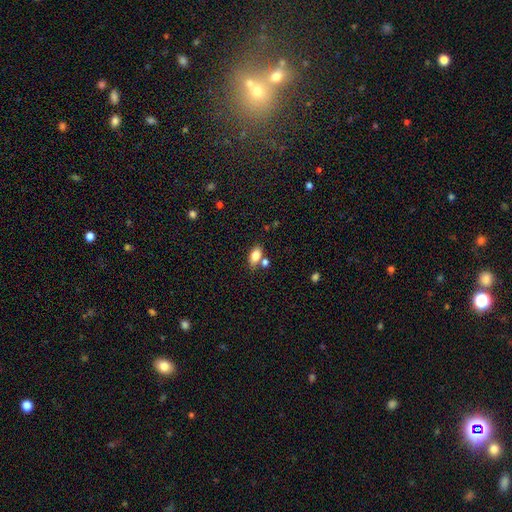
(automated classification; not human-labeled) Q: Smooth or featured?
A: smooth (81%); runner-up: featured or disk (10%)
Q: How rounded?
A: in between (88%); runner-up: round (8%)
Q: Merging?
A: none (61%); runner-up: merger (21%)